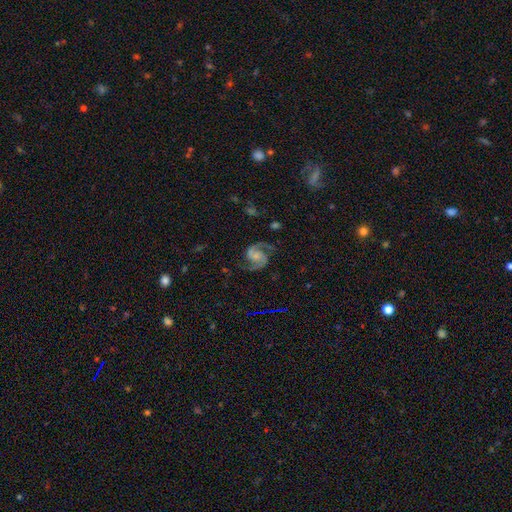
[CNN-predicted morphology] The model was most divided on "bulge size": small: 48%, moderate: 28%, none: 18%, large: 4%, dominant: 2%. More confident: edge-on disk — no (98%); spiral arms — yes (98%); spiral arm count — 2 (94%); smooth or featured — featured or disk (91%); merging — none (79%); spiral winding — medium (61%); bar — no (61%).